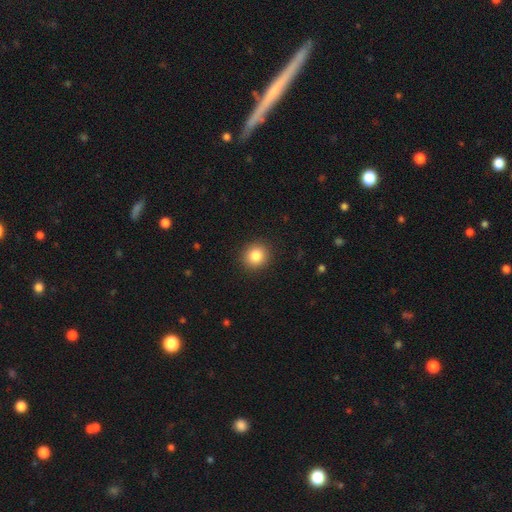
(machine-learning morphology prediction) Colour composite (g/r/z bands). It shows a smooth galaxy with no disk features (84%) that is round (87%). Merging: none (92%).